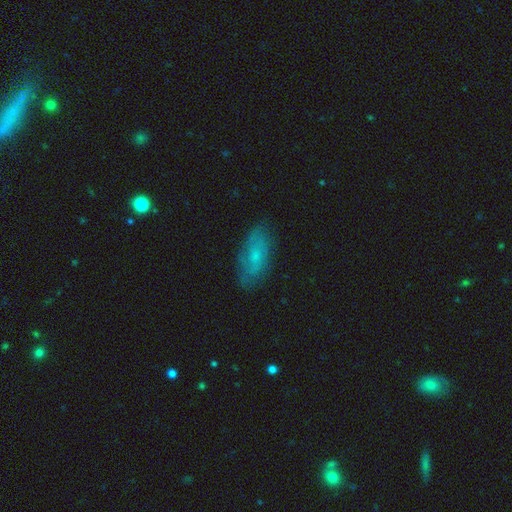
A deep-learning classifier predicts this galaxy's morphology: smooth 53%, featured or disk 38%, star or artifact 9%. Down the decision tree: how rounded — in between (88%); merging — none (77%).